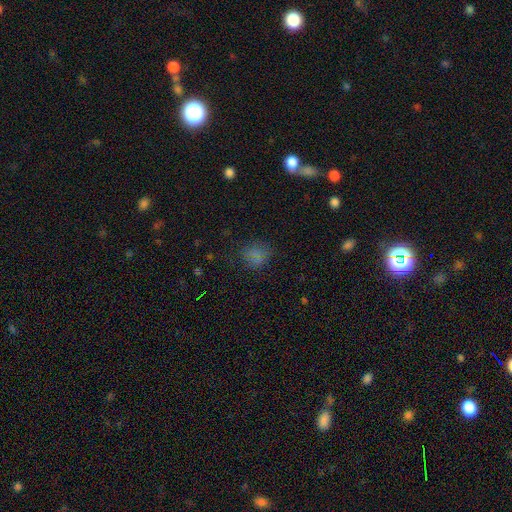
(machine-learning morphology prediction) Smooth or featured?
  - smooth: 66% *
  - star or artifact: 25%
  - featured or disk: 9%
How rounded?
  - round: 75% *
  - in between: 24%
  - cigar-shaped: 1%
Merging?
  - none: 75% *
  - minor disturbance: 16%
  - major disturbance: 7%
  - merger: 2%